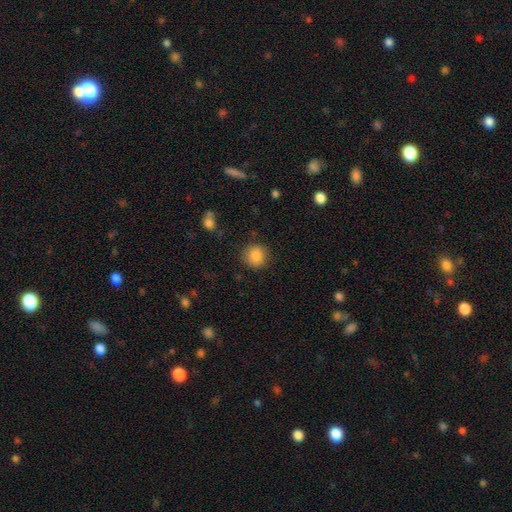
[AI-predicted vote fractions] Overall: smooth (86%). How rounded: round (90%). Merging: none (87%).